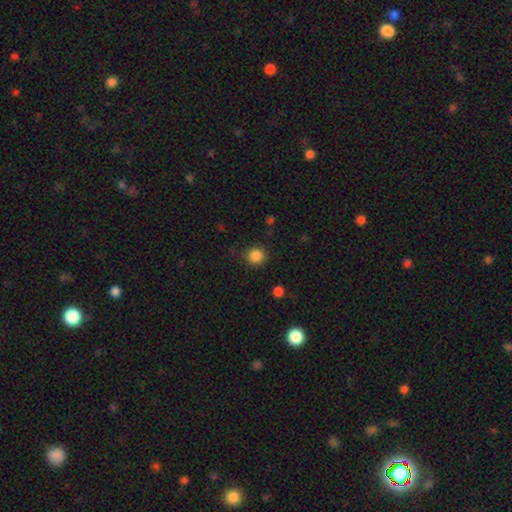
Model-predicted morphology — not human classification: smooth 85%, star or artifact 11%, featured or disk 3%. Down the decision tree: how rounded — round (92%); merging — none (87%).